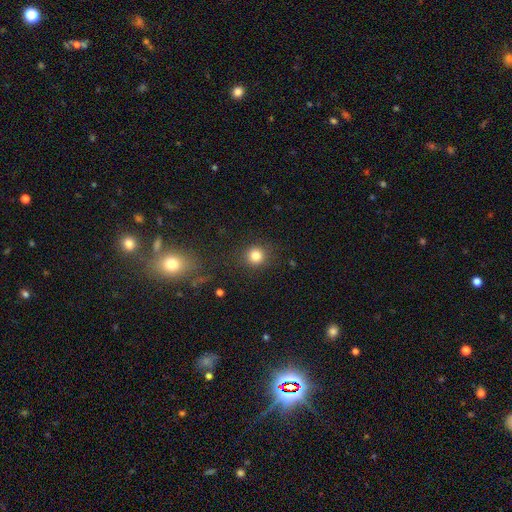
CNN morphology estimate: The model was most divided on "smooth or featured": smooth: 82%, star or artifact: 12%, featured or disk: 5%. More confident: how rounded — round (91%); merging — none (88%).